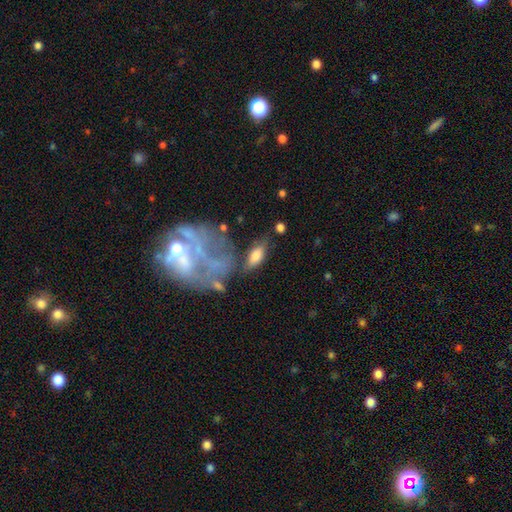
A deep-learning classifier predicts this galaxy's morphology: A smooth galaxy with no disk features (70%) that is in between round and cigar-shaped (83%).

Vote fractions:
- Smooth or featured? smooth: 70% / featured or disk: 23% / star or artifact: 7%
- How rounded? in between: 83% / cigar-shaped: 13% / round: 4%
- Merging? none: 59% / minor disturbance: 20% / major disturbance: 11% / merger: 11%